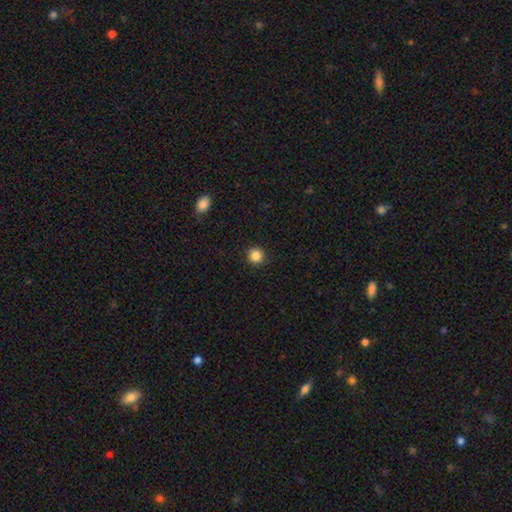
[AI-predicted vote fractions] Smooth or featured? smooth (85%)
How rounded? round (96%)
Merging? none (93%)